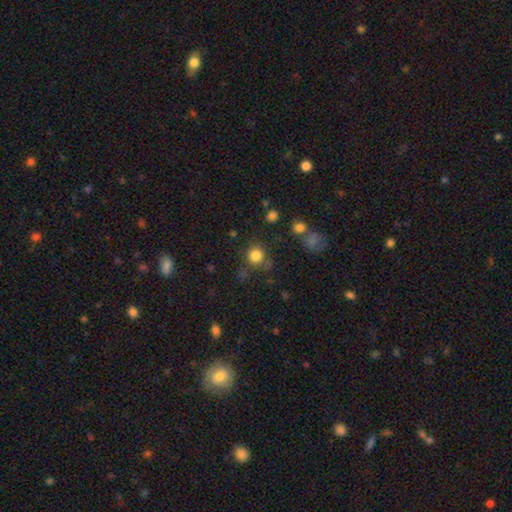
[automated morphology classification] A smooth galaxy with no disk features (83%) that is round (91%). Merging: none (76%).